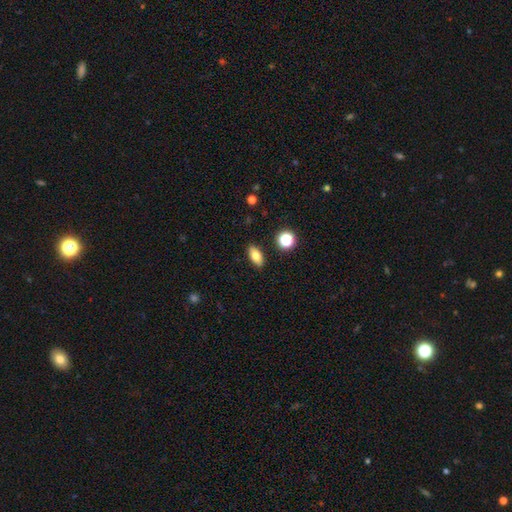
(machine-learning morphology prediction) smooth-or-featured: smooth: 79% | featured or disk: 12% | star or artifact: 9%
  how-rounded: in between: 82% | cigar-shaped: 11% | round: 7%
  merging: none: 88% | minor disturbance: 8% | major disturbance: 2% | merger: 2%